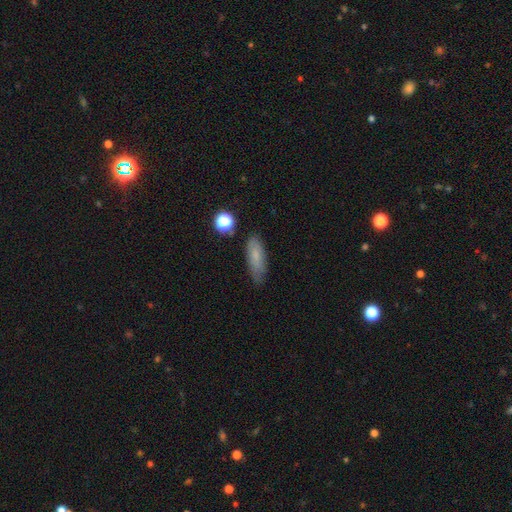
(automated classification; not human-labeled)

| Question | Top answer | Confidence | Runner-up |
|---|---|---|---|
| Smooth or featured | smooth | 76% | featured or disk (15%) |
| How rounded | in between | 63% | cigar-shaped (34%) |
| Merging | none | 74% | minor disturbance (19%) |